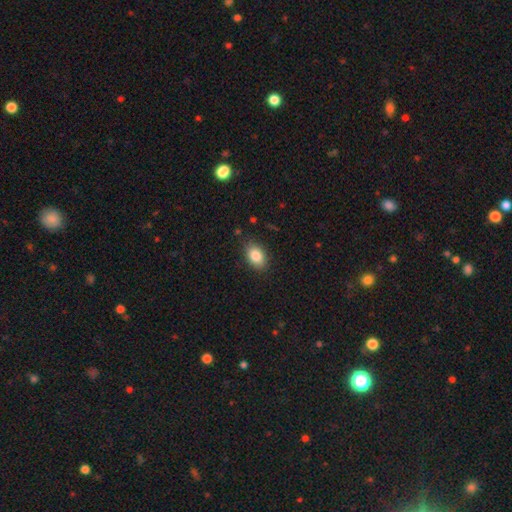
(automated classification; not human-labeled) Overall: smooth (85%). How rounded: in between (85%). Merging: none (85%).